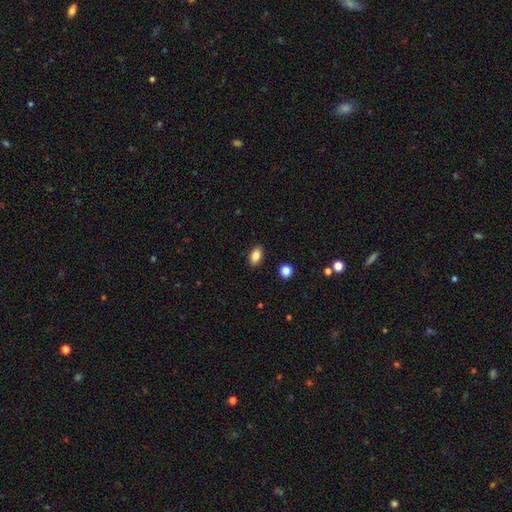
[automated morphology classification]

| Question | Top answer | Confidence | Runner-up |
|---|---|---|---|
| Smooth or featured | smooth | 85% | star or artifact (9%) |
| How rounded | in between | 89% | round (8%) |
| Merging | none | 89% | minor disturbance (8%) |